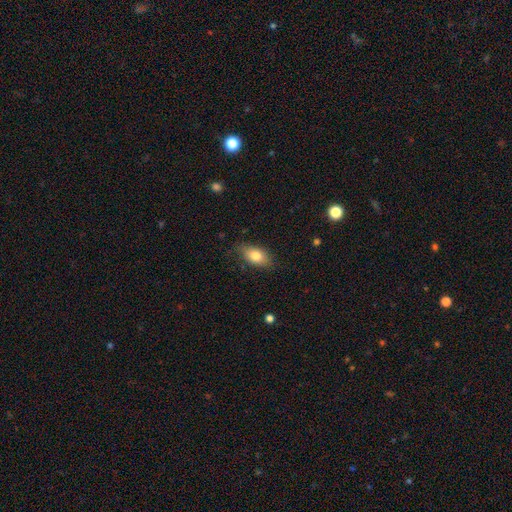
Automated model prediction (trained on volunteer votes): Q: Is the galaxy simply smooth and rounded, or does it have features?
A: smooth — 80%.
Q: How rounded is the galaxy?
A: in between — 88%.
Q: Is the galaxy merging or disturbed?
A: none — 78%.